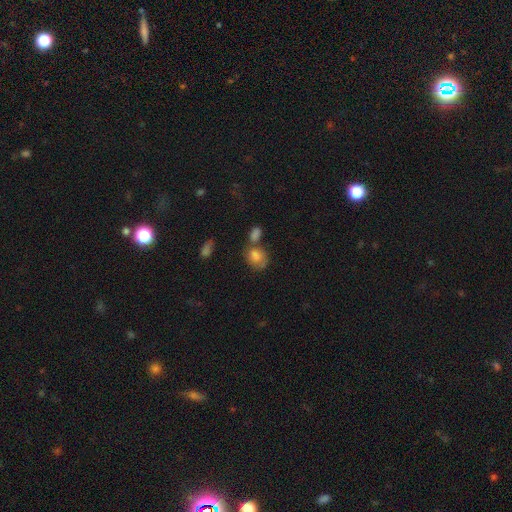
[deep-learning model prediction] Smooth or featured?
  - smooth: 72% *
  - featured or disk: 18%
  - star or artifact: 10%
How rounded?
  - in between: 57% *
  - round: 41%
  - cigar-shaped: 2%
Merging?
  - merger: 37% *
  - none: 34%
  - minor disturbance: 18%
  - major disturbance: 11%